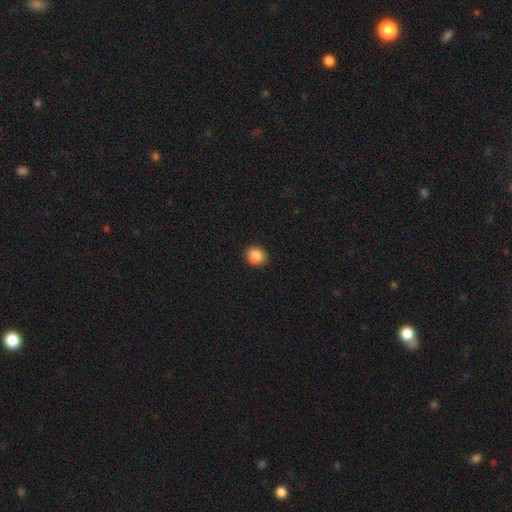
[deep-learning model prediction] Morphology: type=smooth (86%); roundness=round (66%); merging=none (86%).